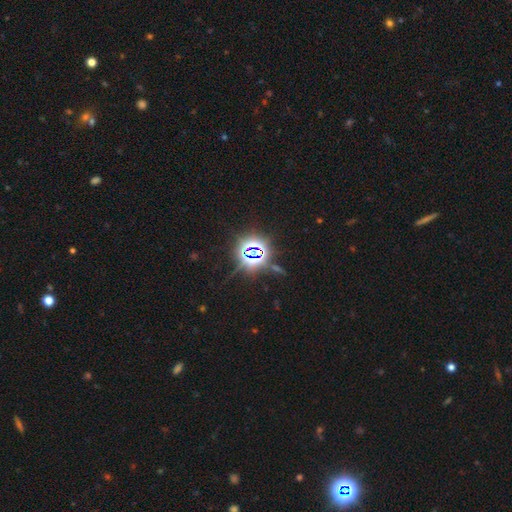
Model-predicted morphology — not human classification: Smooth or featured: star or artifact — 79% (smooth — 13%)